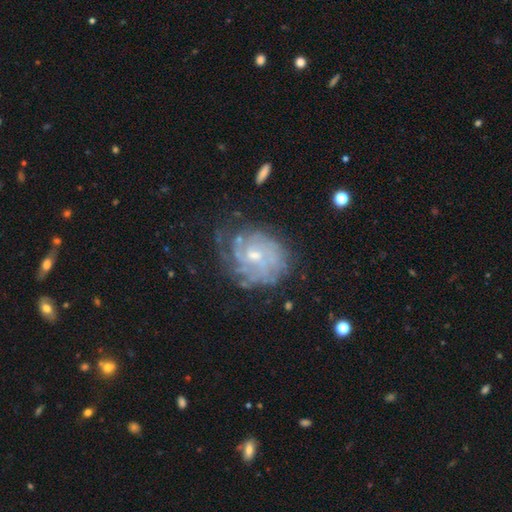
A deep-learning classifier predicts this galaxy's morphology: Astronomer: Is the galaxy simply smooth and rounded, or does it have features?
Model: featured or disk — 79%.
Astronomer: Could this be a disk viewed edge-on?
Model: no — 97%.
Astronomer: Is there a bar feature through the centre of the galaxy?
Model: no — 61%.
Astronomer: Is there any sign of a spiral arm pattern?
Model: yes — 87%.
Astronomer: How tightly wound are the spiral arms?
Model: tight — 67%.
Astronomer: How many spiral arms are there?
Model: can't tell — 54%.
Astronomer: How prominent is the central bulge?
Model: small — 56% (runner-up: moderate, 37%).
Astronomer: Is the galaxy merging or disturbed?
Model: none — 63%.